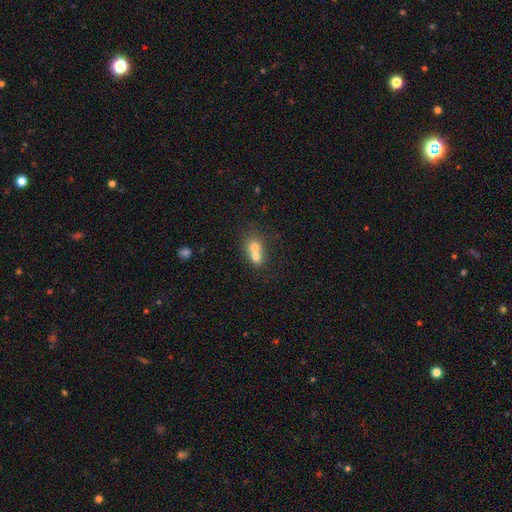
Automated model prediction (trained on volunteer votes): Q: Smooth or featured?
A: smooth (67%); runner-up: featured or disk (22%)
Q: How rounded?
A: round (63%); runner-up: in between (36%)
Q: Merging?
A: merger (69%); runner-up: none (22%)